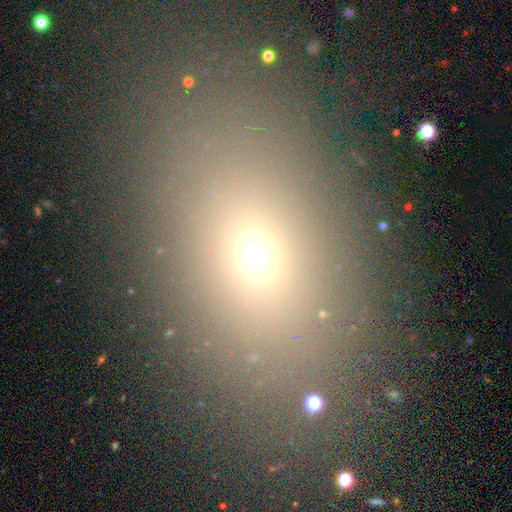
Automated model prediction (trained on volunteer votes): smooth 62%, star or artifact 24%, featured or disk 14%. Down the decision tree: how rounded — in between (74%); merging — none (82%).